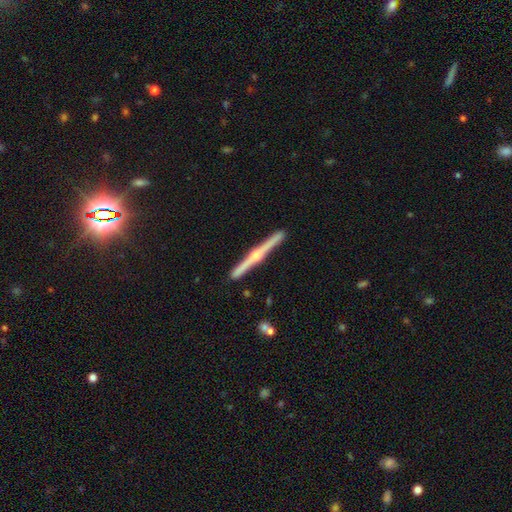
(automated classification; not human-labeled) The model was most divided on "smooth or featured": featured or disk: 81%, smooth: 14%, star or artifact: 5%. More confident: edge-on disk — yes (98%); merging — none (91%); edge-on bulge — rounded (86%).